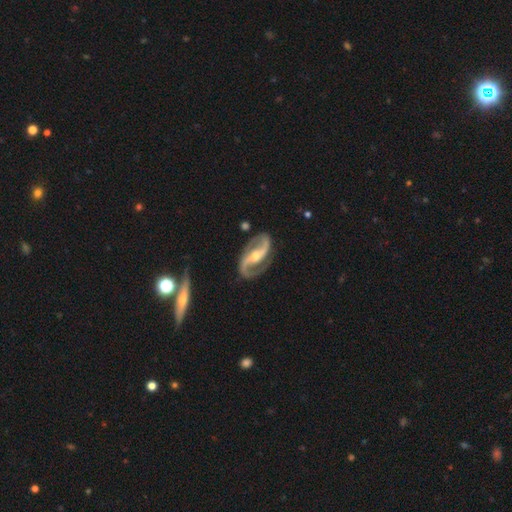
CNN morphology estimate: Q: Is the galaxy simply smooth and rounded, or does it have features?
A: featured or disk — 93%.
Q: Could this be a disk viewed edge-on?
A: no — 97%.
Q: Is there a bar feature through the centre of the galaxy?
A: strong — 46%.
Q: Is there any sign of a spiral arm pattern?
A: yes — 98%.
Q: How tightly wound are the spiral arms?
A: medium — 48%.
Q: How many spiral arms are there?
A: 2 — 94%.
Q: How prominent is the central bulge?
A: moderate — 53%.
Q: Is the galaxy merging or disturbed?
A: none — 82%.